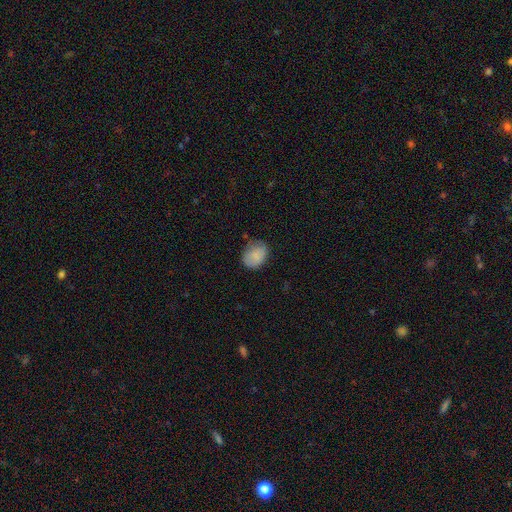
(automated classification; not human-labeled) The model was most divided on "how rounded": in between: 58%, round: 41%, cigar-shaped: 1%. More confident: smooth or featured — smooth (80%); merging — none (65%).